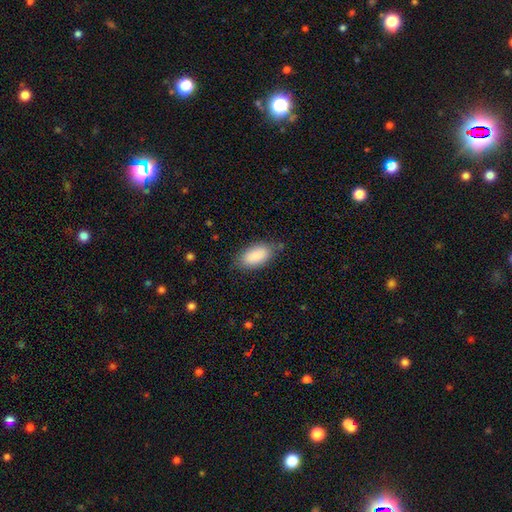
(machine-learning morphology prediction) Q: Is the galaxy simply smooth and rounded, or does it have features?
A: smooth — 89%.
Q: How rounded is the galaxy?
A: in between — 92%.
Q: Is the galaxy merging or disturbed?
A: none — 76%.